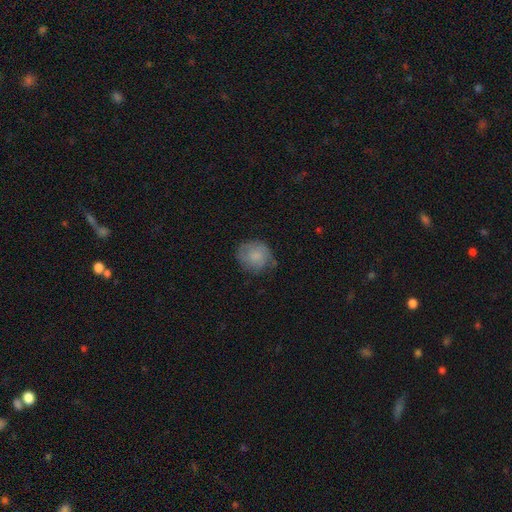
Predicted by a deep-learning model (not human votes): Q: Smooth or featured?
A: smooth (72%); runner-up: featured or disk (21%)
Q: How rounded?
A: round (83%); runner-up: in between (16%)
Q: Merging?
A: none (62%); runner-up: minor disturbance (28%)